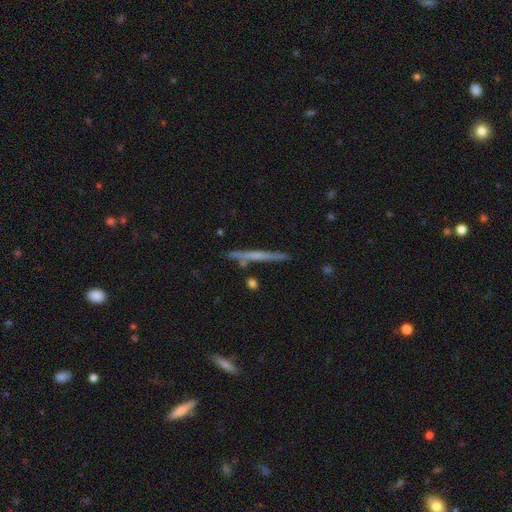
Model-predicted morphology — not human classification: Overall: featured or disk (59%; smooth 34%). Edge-on disk: yes (97%). Edge-on bulge: none (68%). Merging: none (85%).